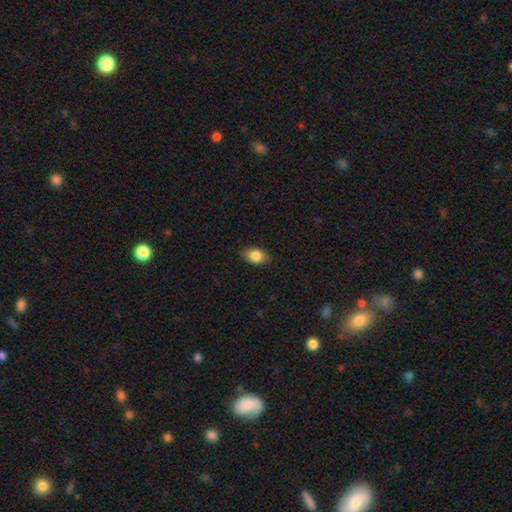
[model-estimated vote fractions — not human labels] smooth_or_featured: smooth (p=0.83) [alt: featured or disk p=0.10]
how_rounded: in between (p=0.84) [alt: round p=0.14]
merging: none (p=0.85) [alt: minor disturbance p=0.12]